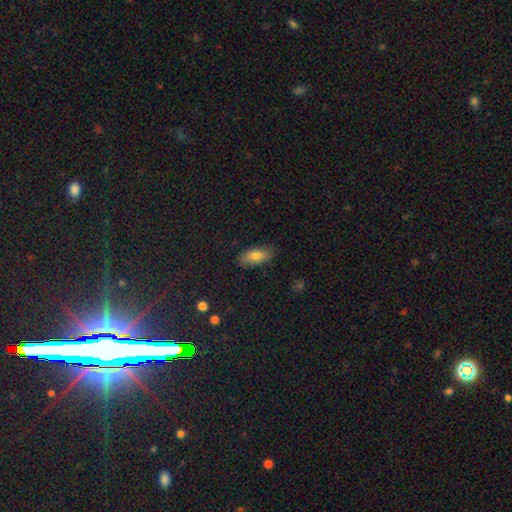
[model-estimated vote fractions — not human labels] Smooth or featured? Predicted: smooth (p=0.78). How rounded? Predicted: in between (p=0.84). Merging? Predicted: none (p=0.84).